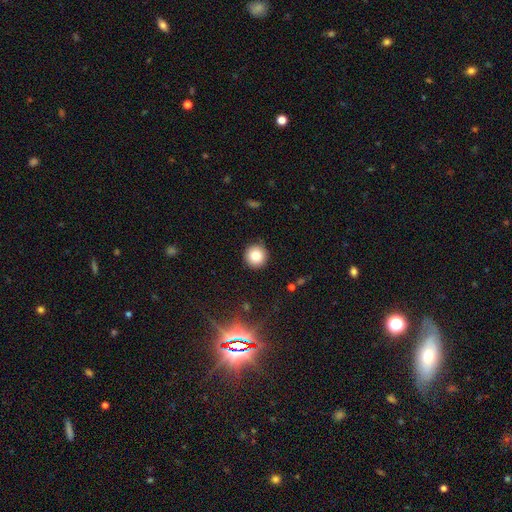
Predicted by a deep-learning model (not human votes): Smooth or featured: smooth — 80% (star or artifact — 11%)
How rounded: round — 95% (in between — 4%)
Merging: none — 91% (minor disturbance — 6%)